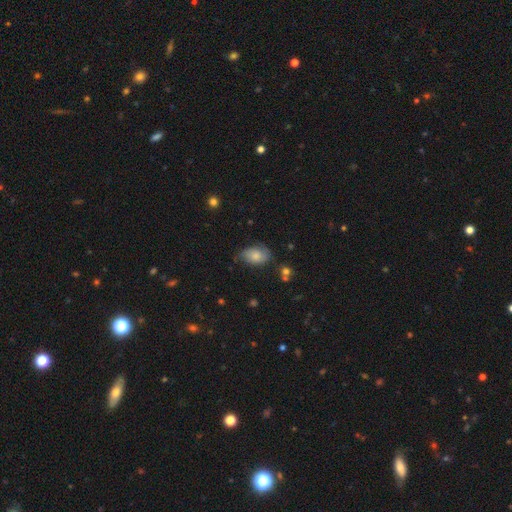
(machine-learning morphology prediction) Overall: smooth (69%). How rounded: in between (87%). Merging: none (57%; minor disturbance 32%).